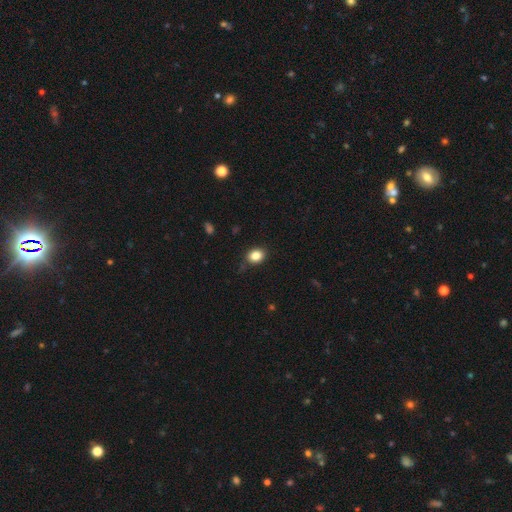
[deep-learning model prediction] Overall: smooth (85%). How rounded: in between (56%; round 43%). Merging: none (84%).